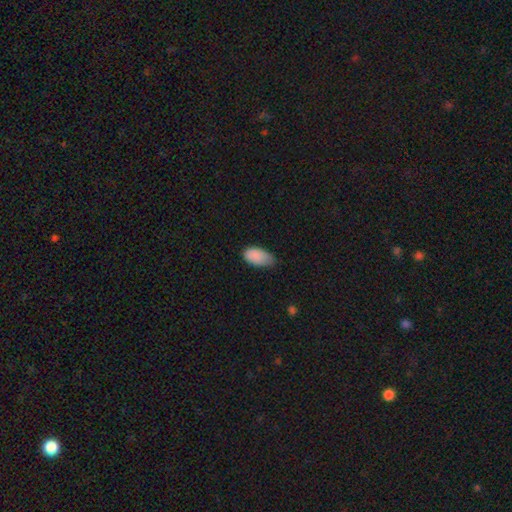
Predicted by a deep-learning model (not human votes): Smooth or featured? smooth (88%)
How rounded? in between (95%)
Merging? none (51%)